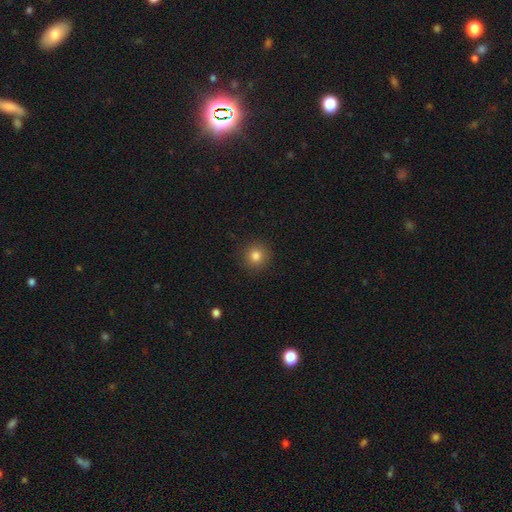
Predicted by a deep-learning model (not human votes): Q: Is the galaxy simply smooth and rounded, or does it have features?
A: smooth — 82%.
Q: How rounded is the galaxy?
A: round — 92%.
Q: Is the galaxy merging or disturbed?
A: none — 91%.